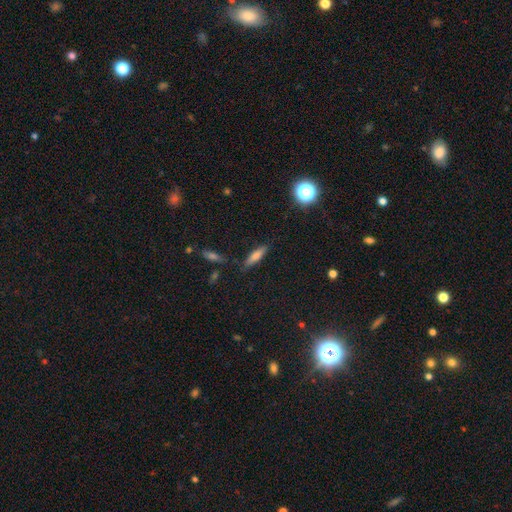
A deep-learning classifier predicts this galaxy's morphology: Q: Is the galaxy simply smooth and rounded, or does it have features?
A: smooth — 59%.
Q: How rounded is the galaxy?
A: cigar-shaped — 70%.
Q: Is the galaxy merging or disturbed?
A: none — 84%.